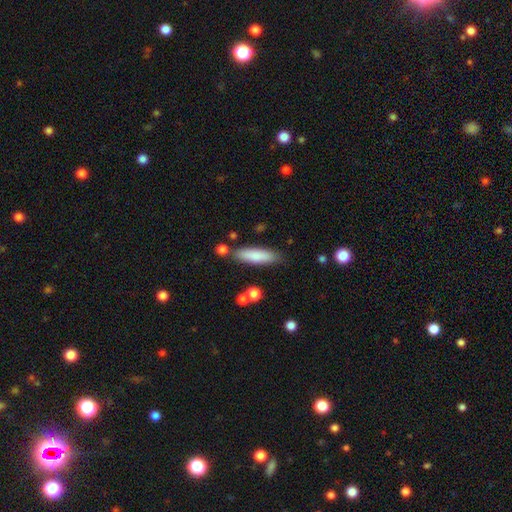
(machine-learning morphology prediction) A smooth galaxy with no disk features (82%) that is cigar-shaped (63%).

Vote fractions:
- Smooth or featured? smooth: 82% / featured or disk: 12% / star or artifact: 6%
- How rounded? cigar-shaped: 63% / in between: 35% / round: 2%
- Merging? none: 80% / minor disturbance: 12% / merger: 5% / major disturbance: 3%